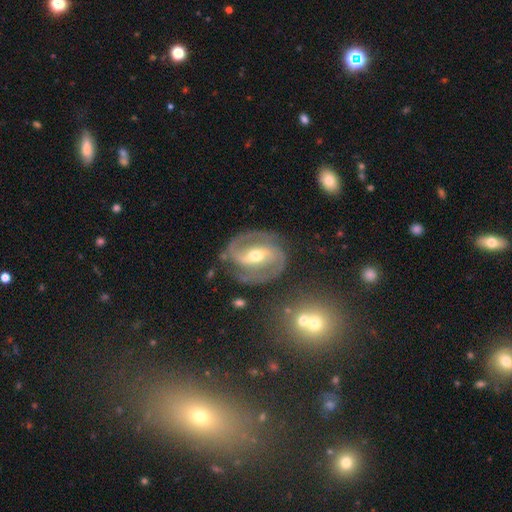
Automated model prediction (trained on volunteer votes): Morphology: type=featured or disk (90%); edge-on=no (97%); bar=strong (52%); spiral arms=yes (96%); winding=medium (52%); arm count=2 (91%); bulge=moderate (70%); merging=none (78%).